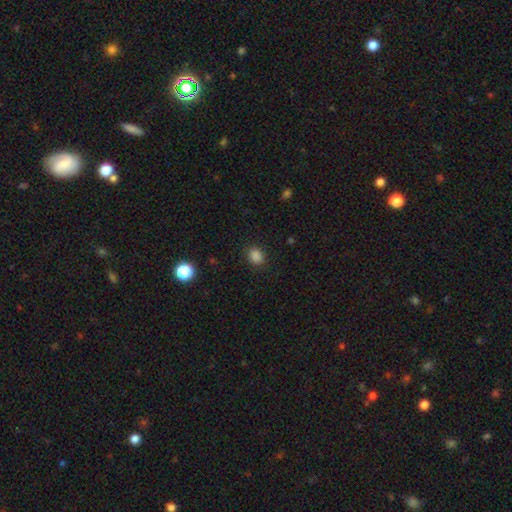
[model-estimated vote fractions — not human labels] smooth 84%, star or artifact 13%, featured or disk 3%. Down the decision tree: how rounded — round (60%); merging — none (87%).